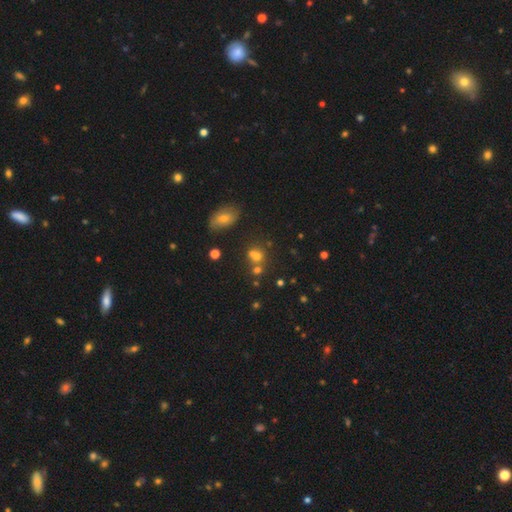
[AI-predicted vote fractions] Smooth or featured? smooth (62%)
How rounded? round (63%)
Merging? none (47%)